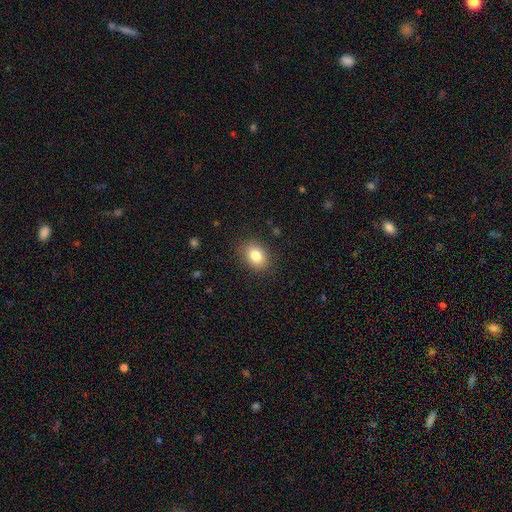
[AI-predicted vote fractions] The model was most divided on "how rounded": in between: 65%, round: 34%, cigar-shaped: 1%. More confident: merging — none (86%); smooth or featured — smooth (83%).